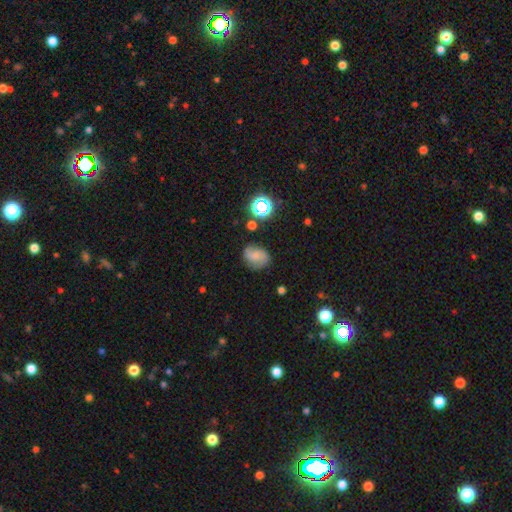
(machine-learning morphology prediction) Smooth or featured? Predicted: smooth (p=0.44). Merging? Predicted: none (p=0.69).